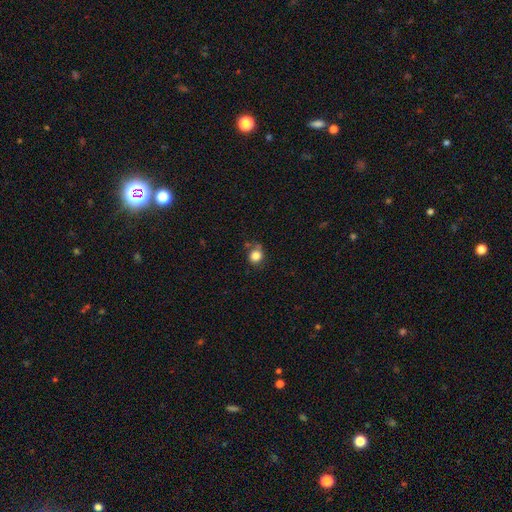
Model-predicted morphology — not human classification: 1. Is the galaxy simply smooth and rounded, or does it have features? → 84% smooth, 11% star or artifact, 6% featured or disk.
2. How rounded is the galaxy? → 81% round, 18% in between, 1% cigar-shaped.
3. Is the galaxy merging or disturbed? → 67% none, 20% minor disturbance, 7% merger, 6% major disturbance.